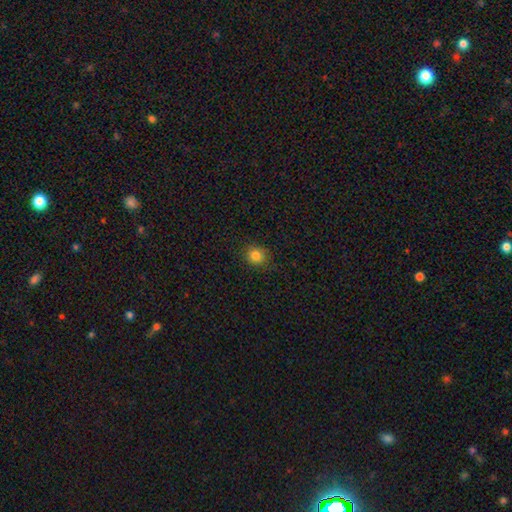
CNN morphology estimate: Smooth or featured? smooth (83%)
How rounded? round (82%)
Merging? none (86%)